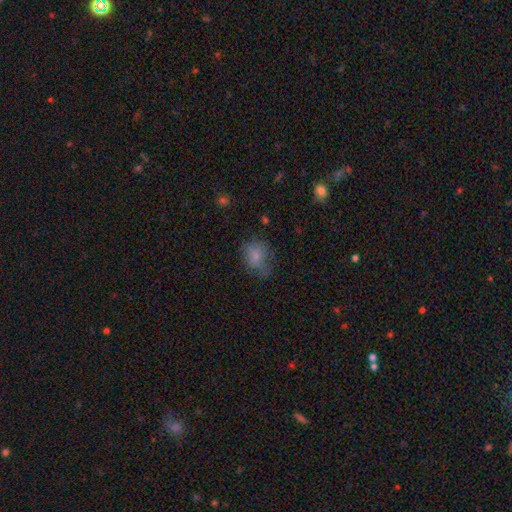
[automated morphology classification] smooth 76%, featured or disk 13%, star or artifact 11%. Down the decision tree: how rounded — round (53%); merging — none (52%).